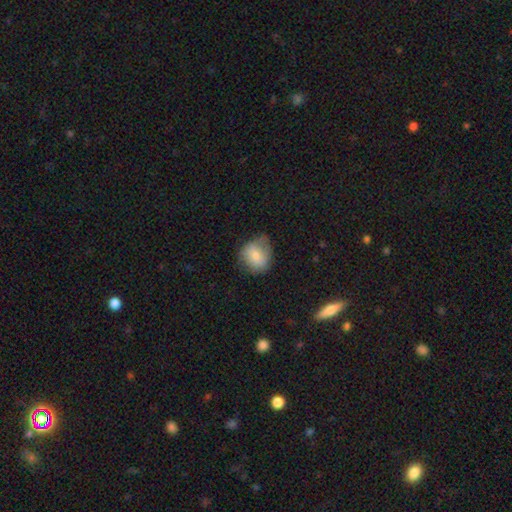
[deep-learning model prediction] Smooth or featured: smooth — 72% (featured or disk — 20%)
How rounded: round — 68% (in between — 31%)
Merging: none — 57% (minor disturbance — 31%)